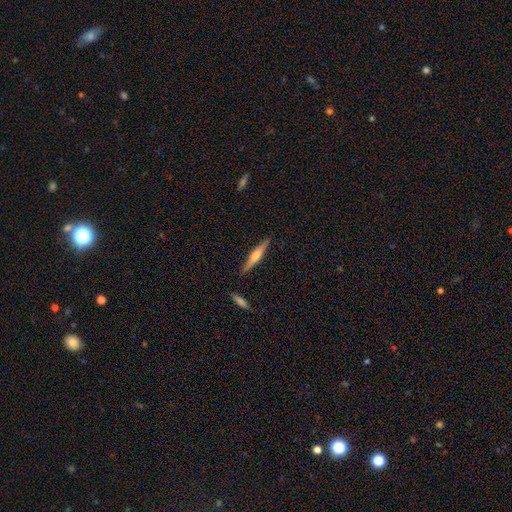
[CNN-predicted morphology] This appears to be a featured or disk galaxy (55%) viewed edge-on (97%) with a rounded central bulge (72%). Merging: none (88%).